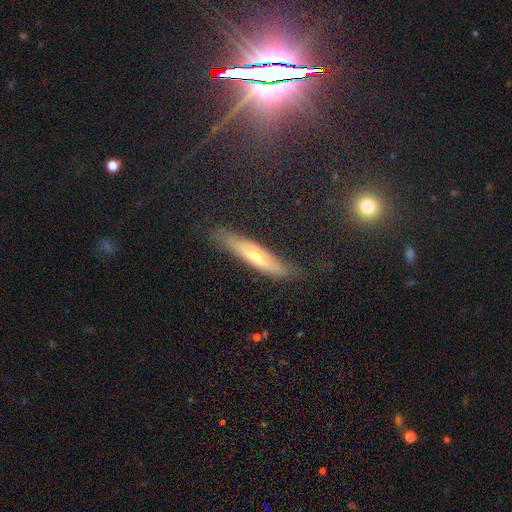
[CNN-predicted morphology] Q: Smooth or featured?
A: featured or disk (46%); runner-up: smooth (45%)
Q: Merging?
A: none (78%); runner-up: minor disturbance (16%)